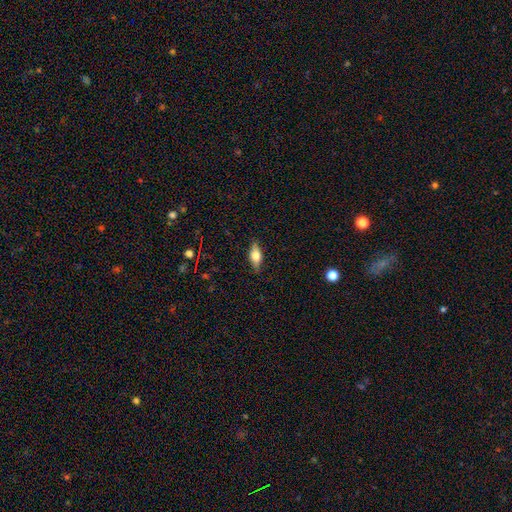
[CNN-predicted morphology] Smooth or featured? smooth (59%)
How rounded? in between (73%)
Merging? none (86%)